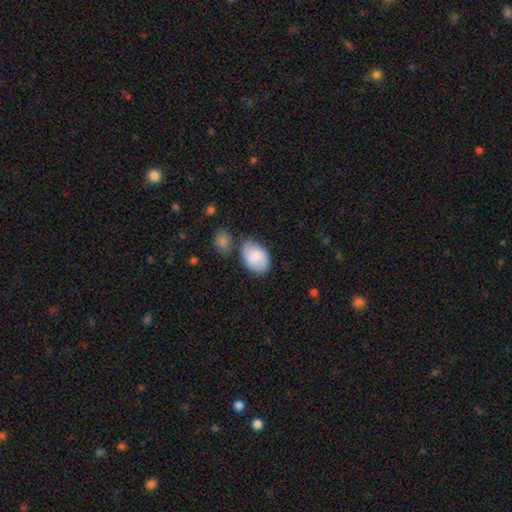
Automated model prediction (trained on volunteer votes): Morphology: type=smooth (75%); roundness=in between (88%); merging=none (61%).